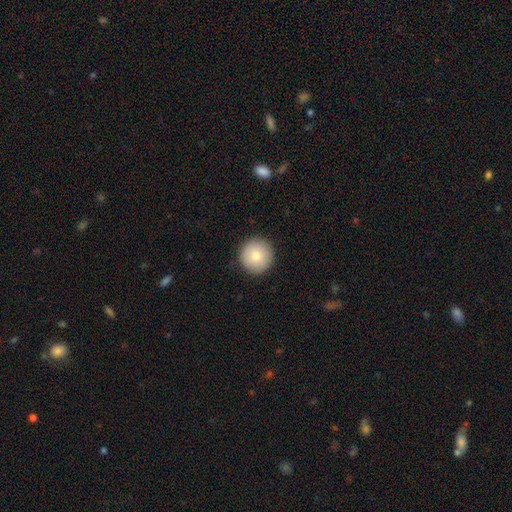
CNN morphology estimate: This is clearly a smooth galaxy (80%). How rounded: clearly round (96%). Merging: clearly none (92%).